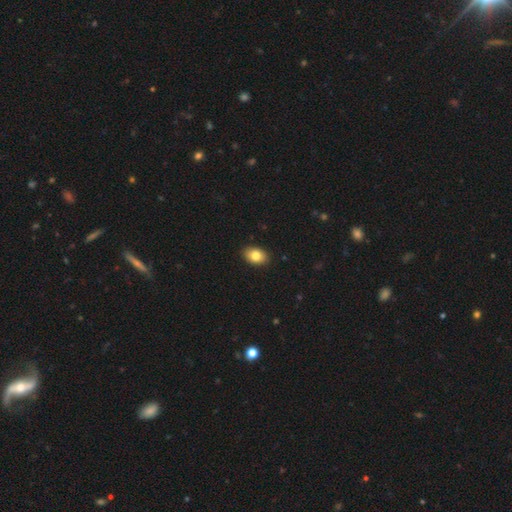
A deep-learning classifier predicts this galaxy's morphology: Overall: smooth (82%). How rounded: in between (84%). Merging: none (89%).